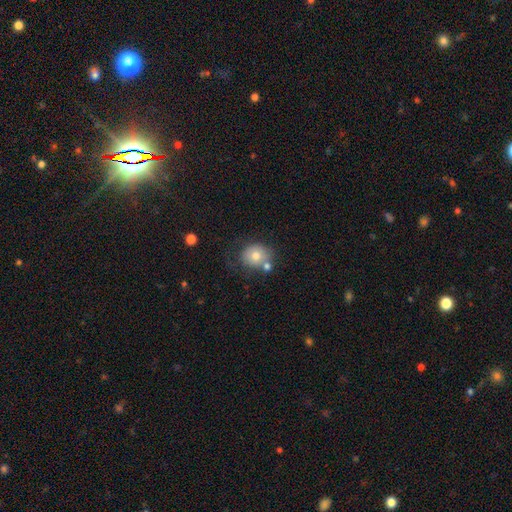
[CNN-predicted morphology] smooth 73%, featured or disk 17%, star or artifact 10%. Down the decision tree: how rounded — round (76%); merging — none (56%).